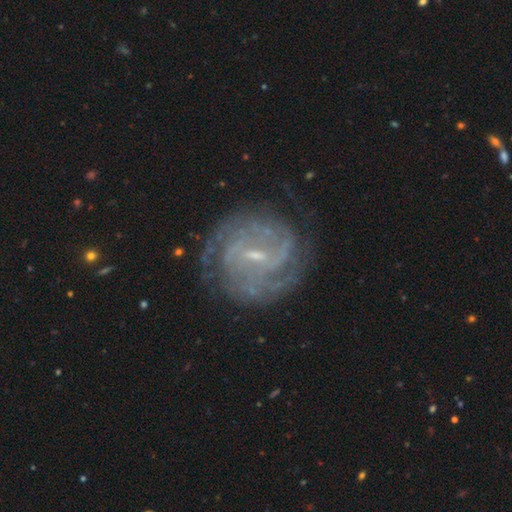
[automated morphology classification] type=featured or disk (88%); edge-on=no (97%); bar=weak (55%); spiral arms=yes (96%); winding=tight (62%); arm count=2 (32%); bulge=small (75%); merging=none (78%).